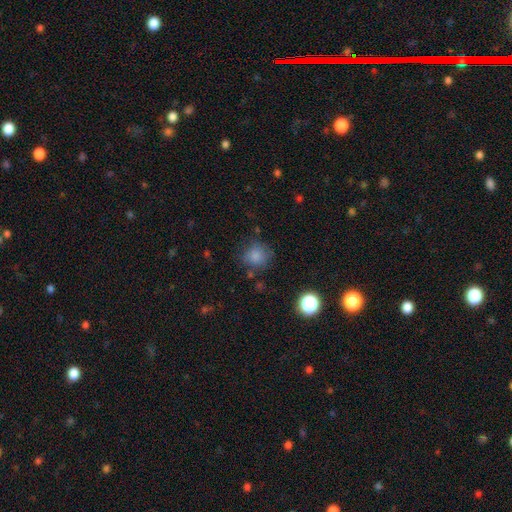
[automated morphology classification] This is clearly a smooth galaxy (81%). How rounded: clearly round (87%). Merging: likely none (73%).